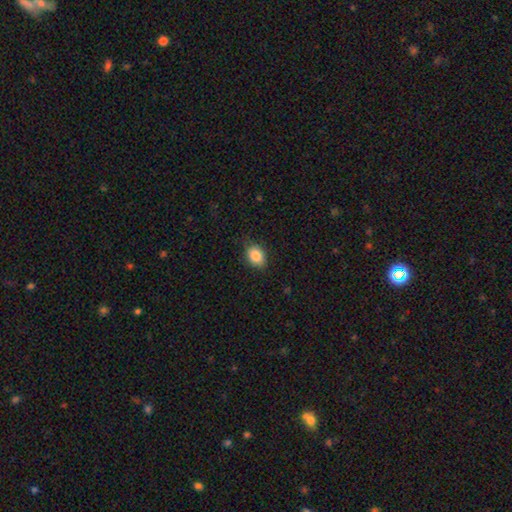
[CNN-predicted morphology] Smooth or featured?
  - smooth: 85% *
  - star or artifact: 8%
  - featured or disk: 6%
How rounded?
  - in between: 70% *
  - round: 29%
  - cigar-shaped: 1%
Merging?
  - none: 82% *
  - minor disturbance: 14%
  - major disturbance: 3%
  - merger: 1%